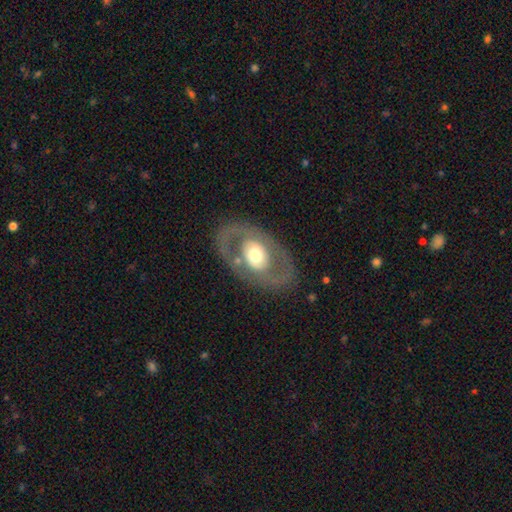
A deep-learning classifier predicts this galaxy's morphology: This is likely a featured or disk galaxy (74%). It is clearly not viewed edge-on (92%). Bar: likely no (69%). Spiral arm pattern: possibly no (55%). Central bulge: likely moderate (64%). Merging: clearly none (81%).